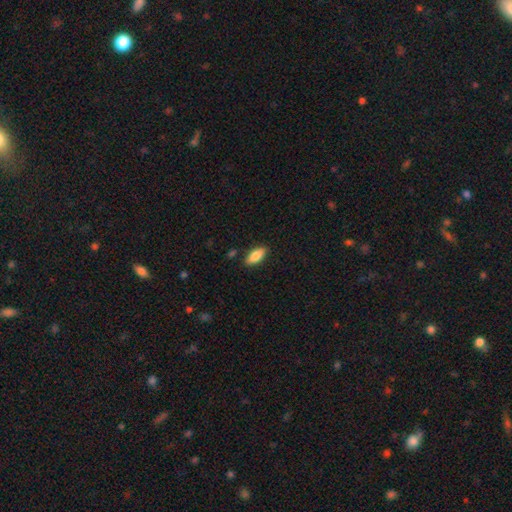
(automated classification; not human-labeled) A smooth galaxy with no disk features (81%) that is in between round and cigar-shaped (83%).

Vote fractions:
- Smooth or featured? smooth: 81% / featured or disk: 12% / star or artifact: 6%
- How rounded? in between: 83% / cigar-shaped: 14% / round: 2%
- Merging? none: 86% / minor disturbance: 10% / major disturbance: 2% / merger: 2%